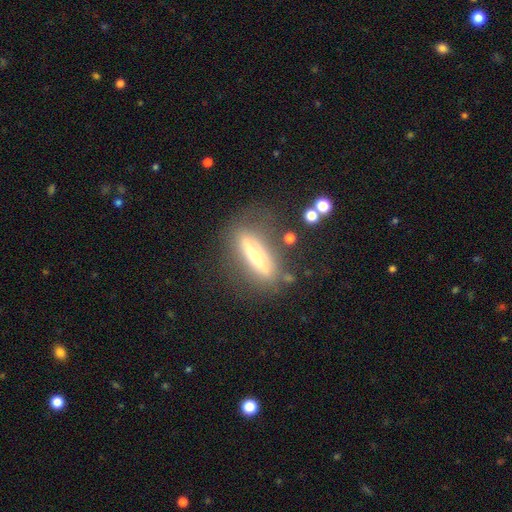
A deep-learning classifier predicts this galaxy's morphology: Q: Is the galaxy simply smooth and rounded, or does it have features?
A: featured or disk — 59%.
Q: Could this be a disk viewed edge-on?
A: yes — 80%.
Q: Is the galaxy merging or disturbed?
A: none — 73%.